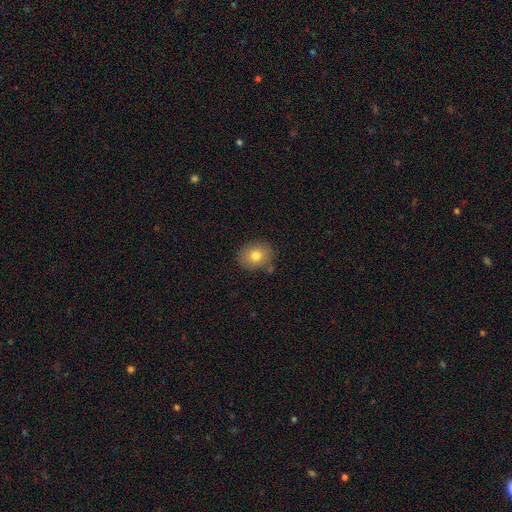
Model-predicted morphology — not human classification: A smooth galaxy with no disk features (78%) that is round (64%). Merging: none (80%).